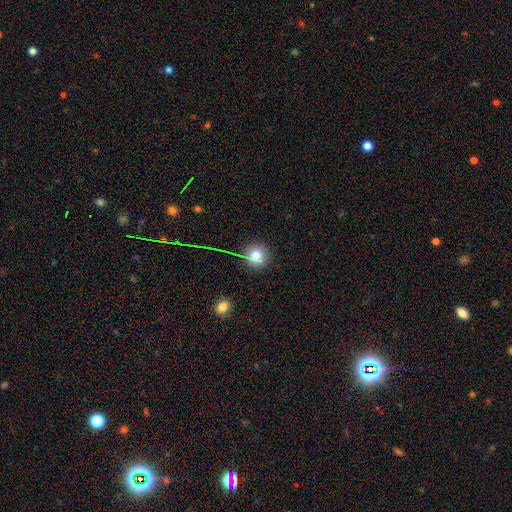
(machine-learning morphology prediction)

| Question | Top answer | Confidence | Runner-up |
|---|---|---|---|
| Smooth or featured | smooth | 80% | star or artifact (13%) |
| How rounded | round | 93% | in between (6%) |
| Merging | none | 87% | minor disturbance (8%) |